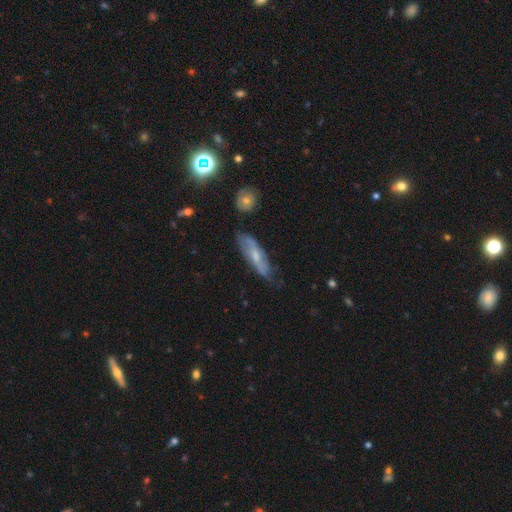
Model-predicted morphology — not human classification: Q: Smooth or featured?
A: featured or disk (57%); runner-up: smooth (35%)
Q: Edge-on disk?
A: no (67%); runner-up: yes (33%)
Q: Merging?
A: none (68%); runner-up: minor disturbance (23%)